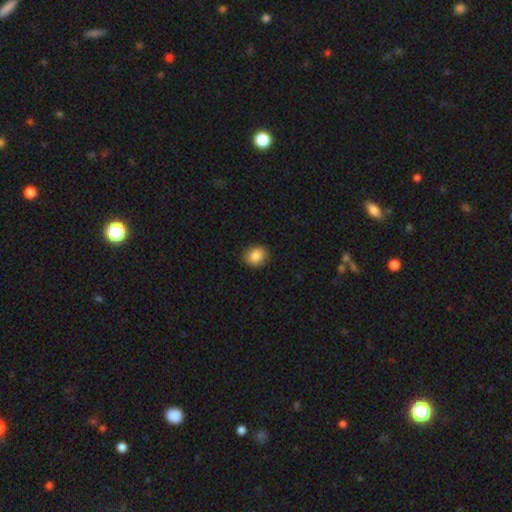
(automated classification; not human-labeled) This is clearly a smooth galaxy (86%). How rounded: likely round (70%). Merging: clearly none (89%).